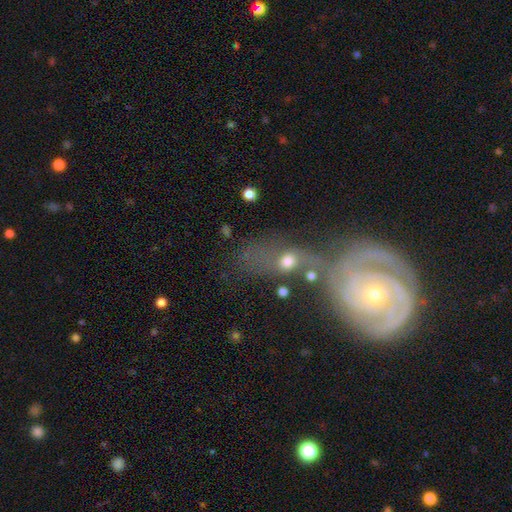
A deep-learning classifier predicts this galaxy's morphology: Smooth or featured? featured or disk (75%)
Edge-on disk? no (95%)
Bar? no (69%)
Spiral arms? yes (90%)
Spiral winding? tight (66%)
Spiral arm count? 2 (41%)
Bulge size? small (58%)
Merging? none (40%)